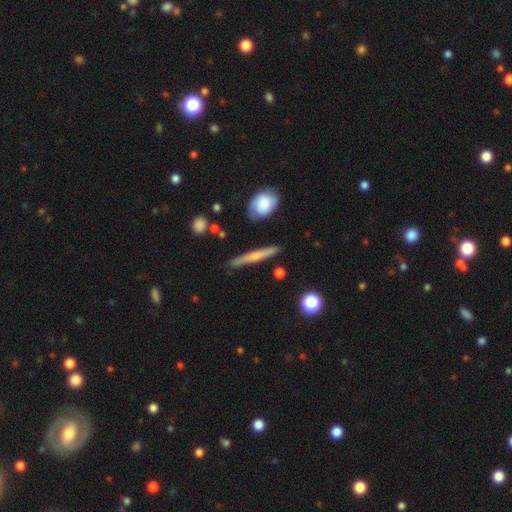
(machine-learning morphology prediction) Smooth or featured?
  - featured or disk: 53% *
  - smooth: 41%
  - star or artifact: 7%
Edge-on disk?
  - yes: 94% *
  - no: 6%
Merging?
  - none: 85% *
  - minor disturbance: 10%
  - merger: 3%
  - major disturbance: 2%